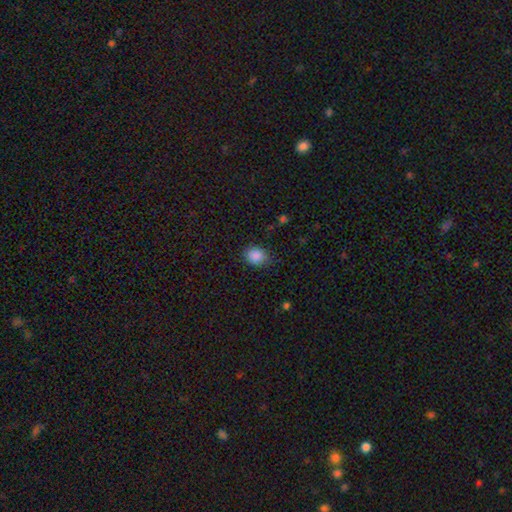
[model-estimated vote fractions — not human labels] Overall: smooth (87%). How rounded: round (60%; in between 39%). Merging: none (78%).